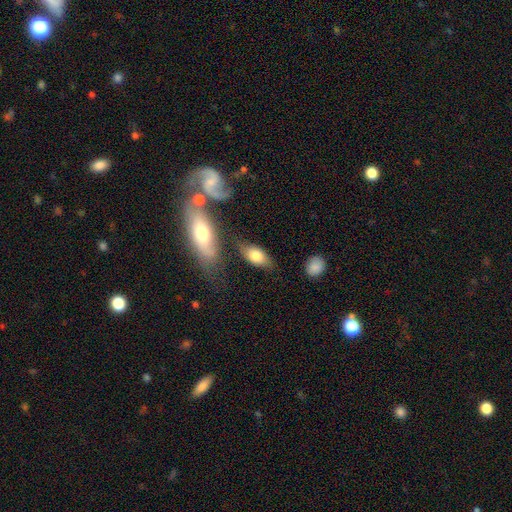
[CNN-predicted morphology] Smooth or featured? smooth (77%)
How rounded? in between (88%)
Merging? none (66%)